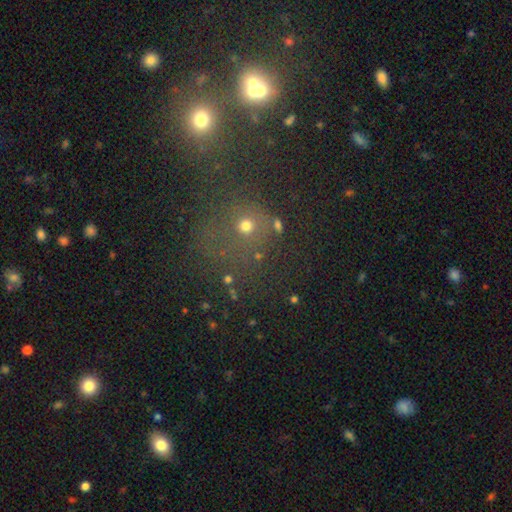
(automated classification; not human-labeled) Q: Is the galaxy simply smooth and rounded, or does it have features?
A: smooth — 48%.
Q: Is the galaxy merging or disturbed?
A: none — 61%.